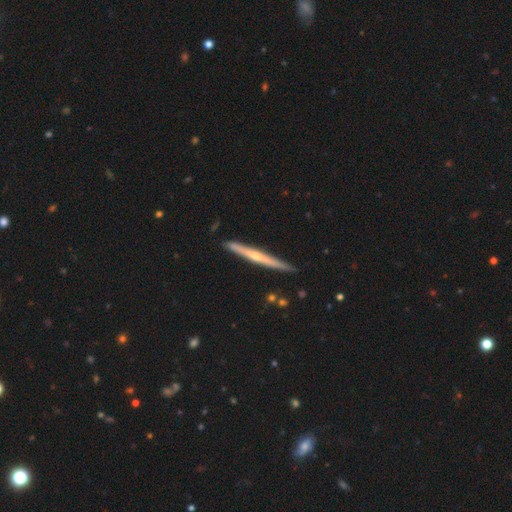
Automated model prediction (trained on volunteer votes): This is likely a featured or disk galaxy (72%). It is clearly viewed edge-on (96%). Edge-on bulge: likely rounded (68%). Merging: clearly none (86%).